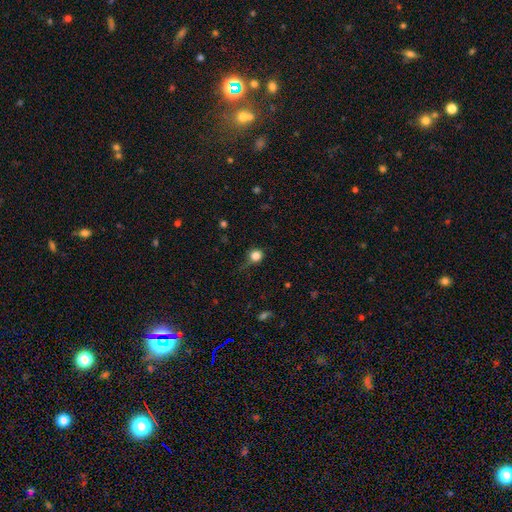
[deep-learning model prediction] This is clearly a smooth galaxy (81%). How rounded: clearly round (87%). Merging: possibly none (59%).